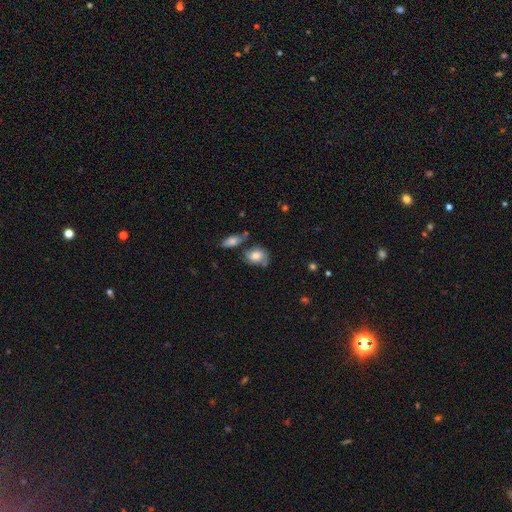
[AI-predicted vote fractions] A smooth galaxy with no disk features (65%) that is in between round and cigar-shaped (62%).

Vote fractions:
- Smooth or featured? smooth: 65% / featured or disk: 27% / star or artifact: 8%
- How rounded? in between: 62% / round: 36% / cigar-shaped: 2%
- Merging? none: 50% / minor disturbance: 25% / merger: 16% / major disturbance: 9%